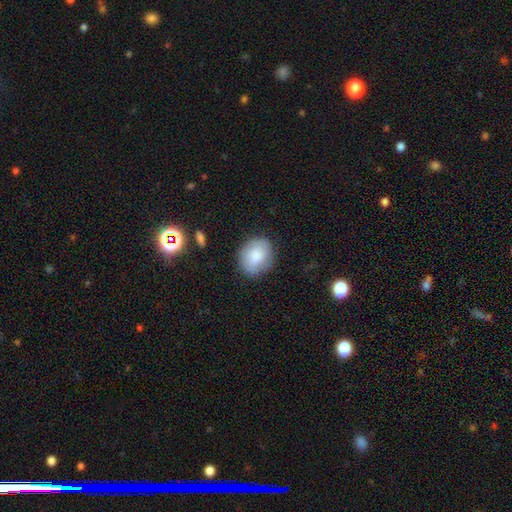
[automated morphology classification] The model was most divided on "how rounded": round: 54%, in between: 45%, cigar-shaped: 1%. More confident: smooth or featured — smooth (81%); merging — none (80%).